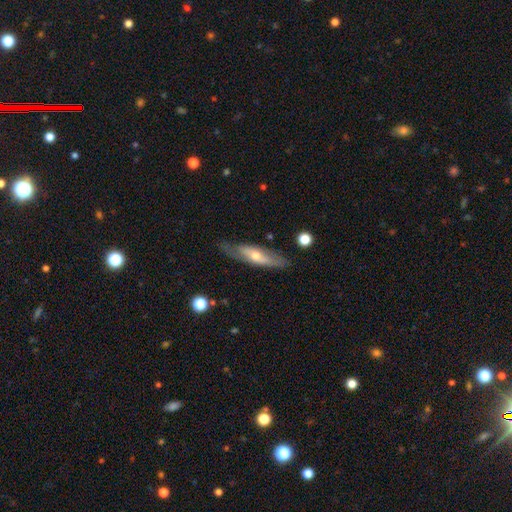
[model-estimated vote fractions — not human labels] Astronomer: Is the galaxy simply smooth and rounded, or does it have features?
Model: featured or disk — 59% (runner-up: smooth, 35%).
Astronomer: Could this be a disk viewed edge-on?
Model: yes — 56% (runner-up: no, 44%).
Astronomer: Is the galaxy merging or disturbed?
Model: none — 74%.